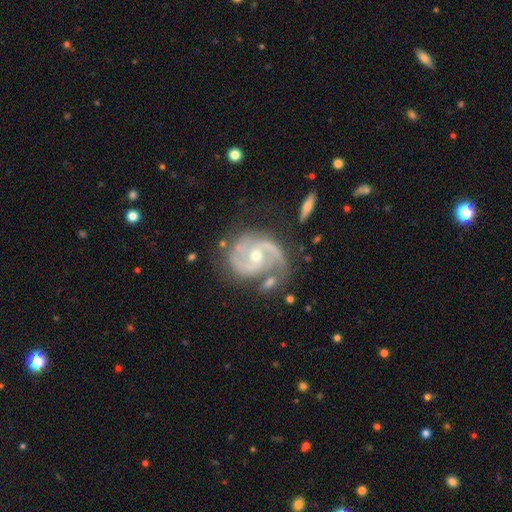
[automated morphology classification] A featured or disk galaxy (90%) with no bar (58%), 2 (79%) medium (53%) spiral arms (97%) and a moderate central bulge (59%). Merging: none (63%).